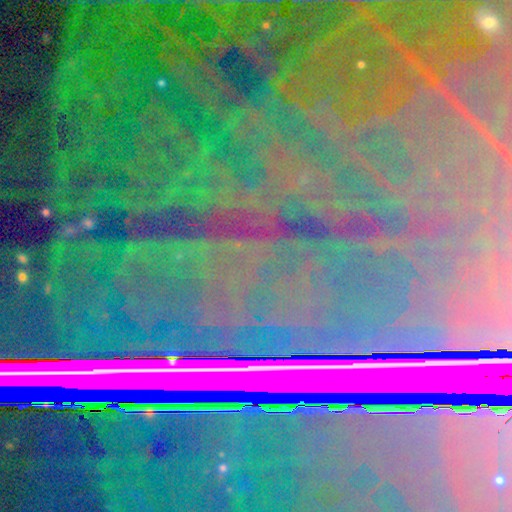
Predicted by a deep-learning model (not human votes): A star or artifact, not a galaxy (87%).

Vote fractions:
- Smooth or featured? star or artifact: 87% / featured or disk: 7% / smooth: 6%